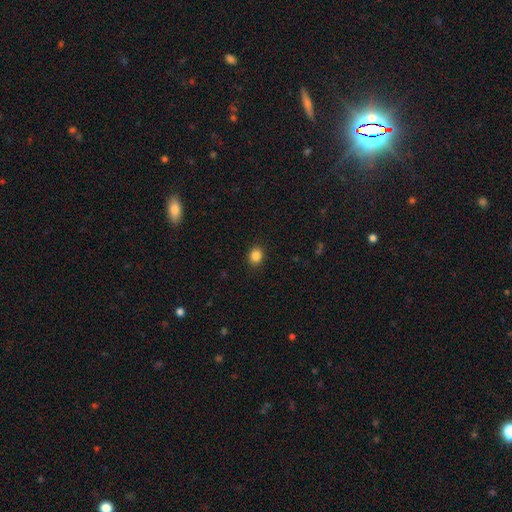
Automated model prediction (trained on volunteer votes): smooth-or-featured: smooth: 86% | star or artifact: 11% | featured or disk: 4%
  how-rounded: round: 63% | in between: 36% | cigar-shaped: 1%
  merging: none: 90% | minor disturbance: 7% | major disturbance: 2% | merger: 1%